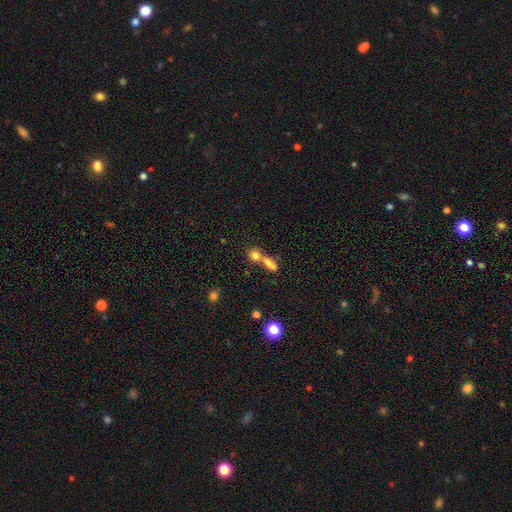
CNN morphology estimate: Smooth or featured?
  - smooth: 77% *
  - star or artifact: 12%
  - featured or disk: 11%
How rounded?
  - round: 65% *
  - in between: 28%
  - cigar-shaped: 7%
Merging?
  - merger: 55% *
  - none: 35%
  - minor disturbance: 7%
  - major disturbance: 4%